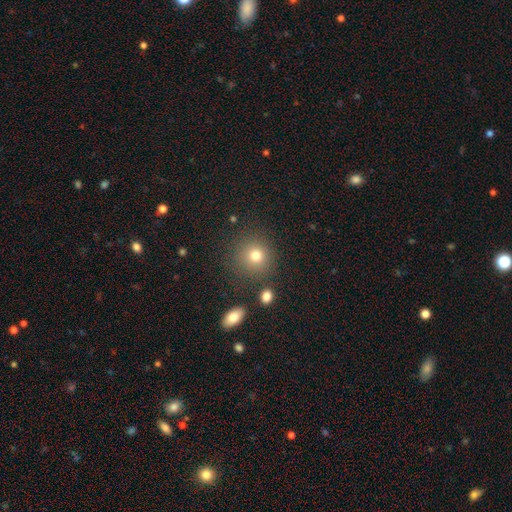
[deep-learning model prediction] Morphology: type=smooth (78%); roundness=round (89%); merging=none (82%).